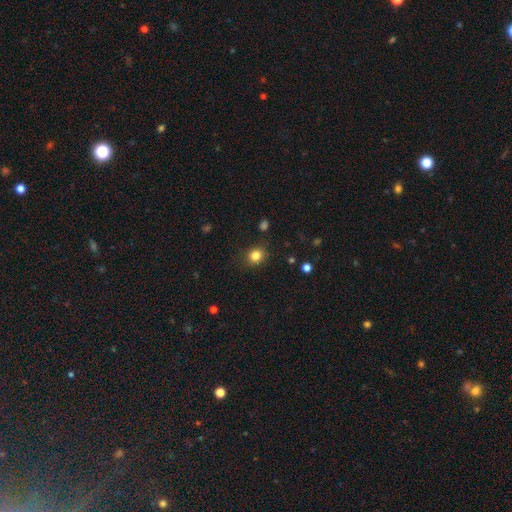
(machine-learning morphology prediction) Smooth or featured?
  - smooth: 83% *
  - star or artifact: 12%
  - featured or disk: 5%
How rounded?
  - round: 76% *
  - in between: 23%
  - cigar-shaped: 1%
Merging?
  - none: 86% *
  - minor disturbance: 9%
  - major disturbance: 3%
  - merger: 2%